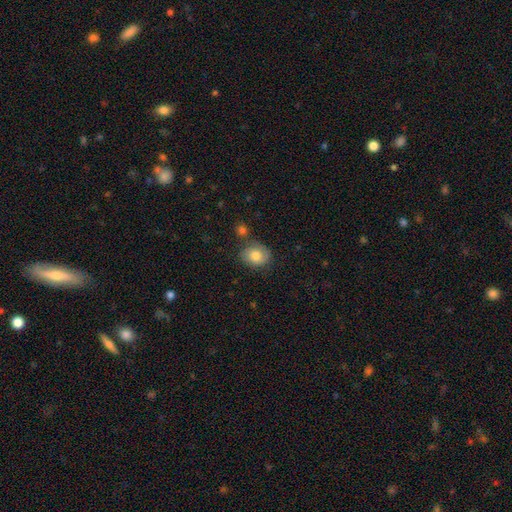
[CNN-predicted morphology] This appears to be a smooth galaxy with no disk features (75%) that is round (55%). Merging: none (72%).